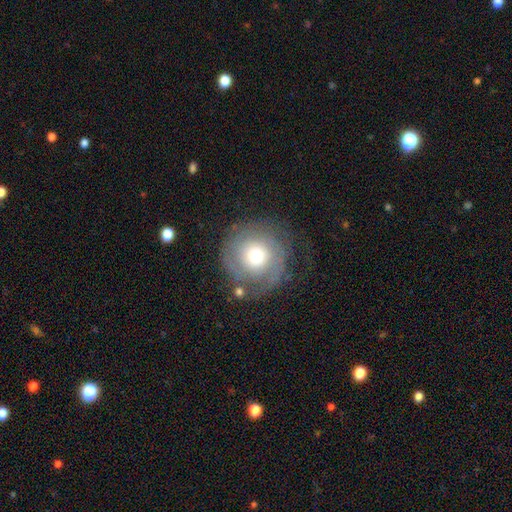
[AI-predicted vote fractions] smooth_or_featured: featured or disk (p=0.51) [alt: smooth p=0.40]
disk_edge_on: no (p=0.97) [alt: yes p=0.03]
merging: none (p=0.66) [alt: minor disturbance p=0.17]